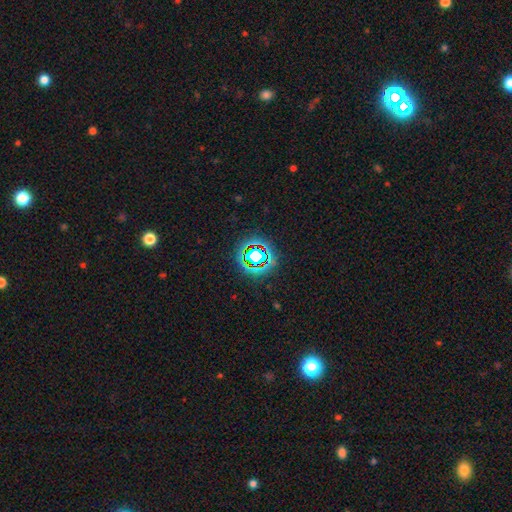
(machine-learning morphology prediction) type=star or artifact (67%).